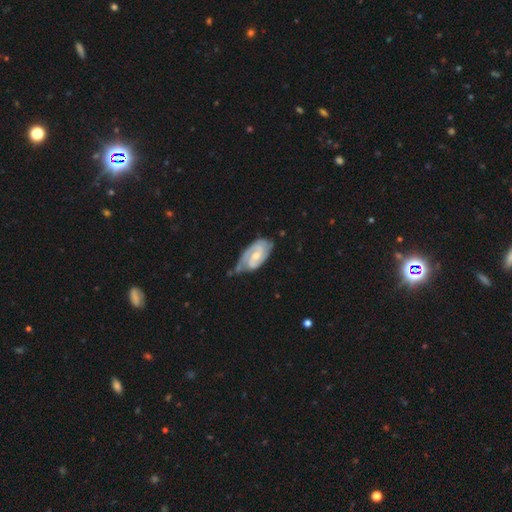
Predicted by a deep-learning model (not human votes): Morphology: type=featured or disk (82%); edge-on=no (96%); bar=weak (49%); spiral arms=yes (95%); winding=tight (52%); arm count=2 (75%); bulge=moderate (53%); merging=none (53%).